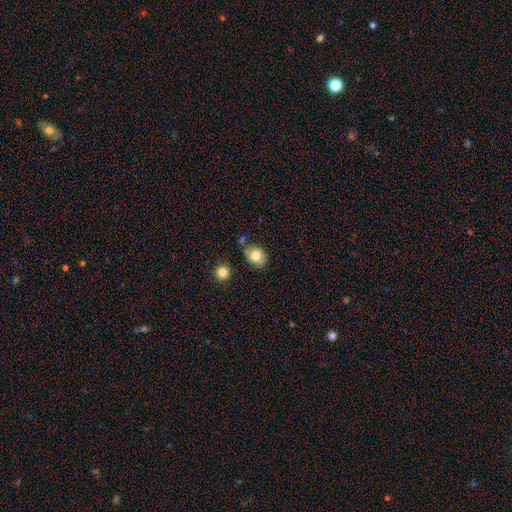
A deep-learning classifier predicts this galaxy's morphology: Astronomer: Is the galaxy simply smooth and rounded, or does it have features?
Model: smooth — 79%.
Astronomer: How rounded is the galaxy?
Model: in between — 50% (runner-up: round, 49%).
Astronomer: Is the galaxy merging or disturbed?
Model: none — 72%.